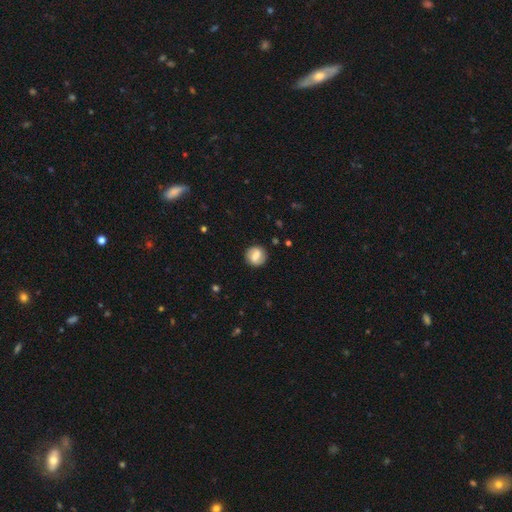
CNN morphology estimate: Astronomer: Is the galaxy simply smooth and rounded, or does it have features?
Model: smooth — 56% (runner-up: featured or disk, 36%).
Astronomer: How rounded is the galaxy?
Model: round — 83%.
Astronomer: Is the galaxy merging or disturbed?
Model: none — 86%.